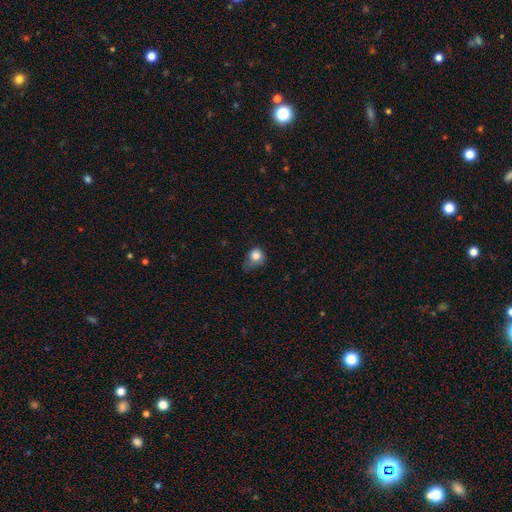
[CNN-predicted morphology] This appears to be a smooth galaxy with no disk features (81%) that is round (70%). Merging: minor disturbance (41%).